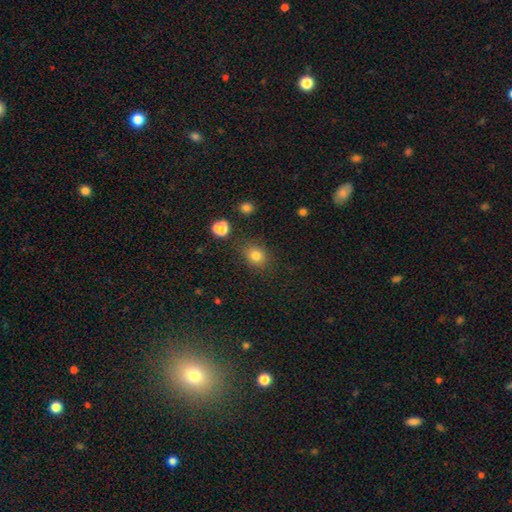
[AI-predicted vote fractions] Overall: smooth (80%). How rounded: round (63%; in between 36%). Merging: none (81%).